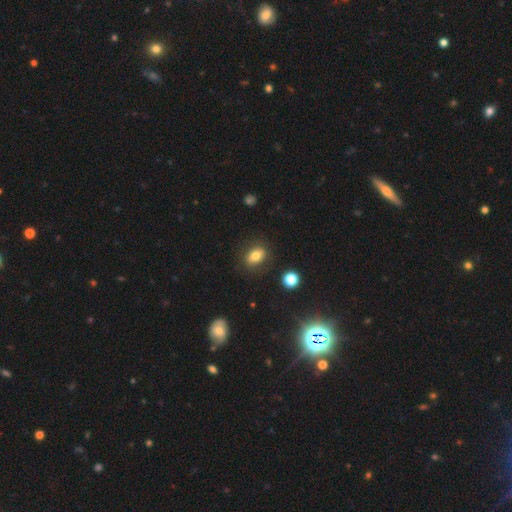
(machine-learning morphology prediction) Overall: smooth (76%). How rounded: in between (77%). Merging: none (82%).